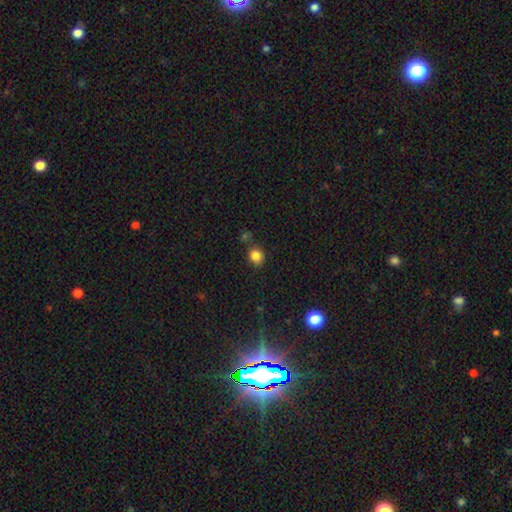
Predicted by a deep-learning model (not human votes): A smooth galaxy with no disk features (84%) that is round (72%).

Vote fractions:
- Smooth or featured? smooth: 84% / star or artifact: 12% / featured or disk: 4%
- How rounded? round: 72% / in between: 27% / cigar-shaped: 1%
- Merging? none: 77% / minor disturbance: 12% / merger: 7% / major disturbance: 3%